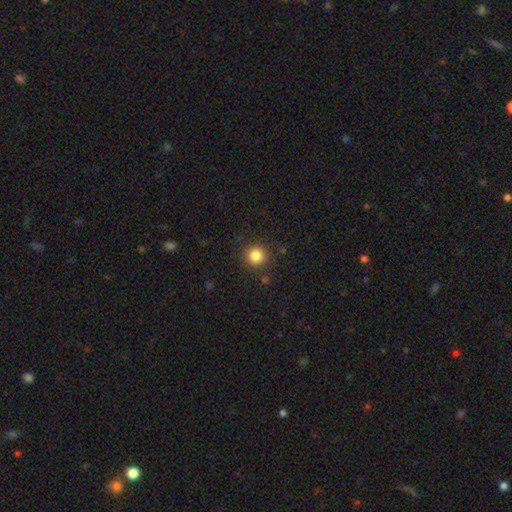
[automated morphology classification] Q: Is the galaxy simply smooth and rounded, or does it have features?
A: smooth — 84%.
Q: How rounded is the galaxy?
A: round — 93%.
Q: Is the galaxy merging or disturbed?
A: none — 89%.